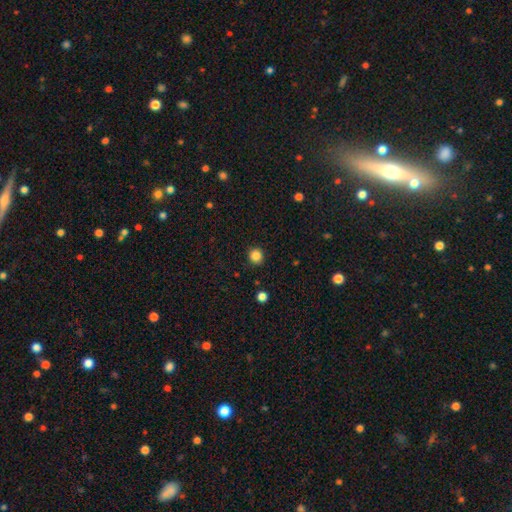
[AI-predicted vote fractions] The model was most divided on "smooth or featured": smooth: 86%, star or artifact: 11%, featured or disk: 3%. More confident: merging — none (91%); how rounded — round (90%).